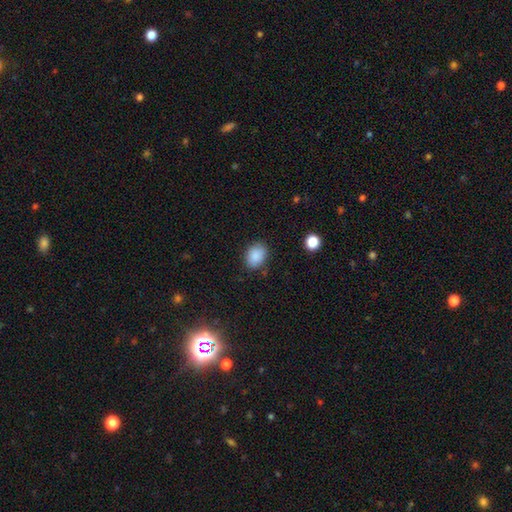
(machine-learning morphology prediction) Smooth or featured: smooth — 88% (star or artifact — 8%)
How rounded: in between — 66% (round — 33%)
Merging: none — 82% (minor disturbance — 13%)